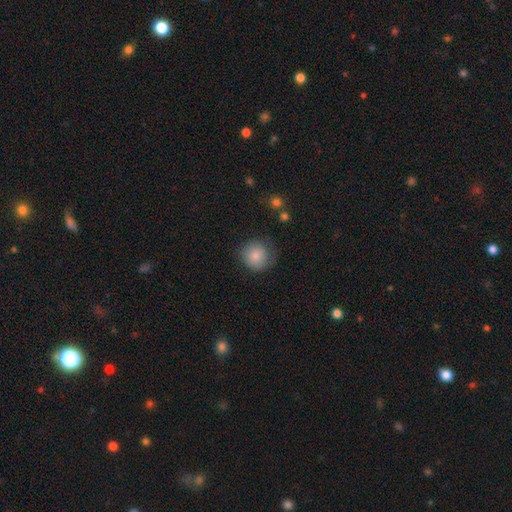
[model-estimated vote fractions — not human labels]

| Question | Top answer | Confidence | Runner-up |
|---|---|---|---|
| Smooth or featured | smooth | 82% | featured or disk (11%) |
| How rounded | round | 90% | in between (9%) |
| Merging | none | 69% | minor disturbance (22%) |